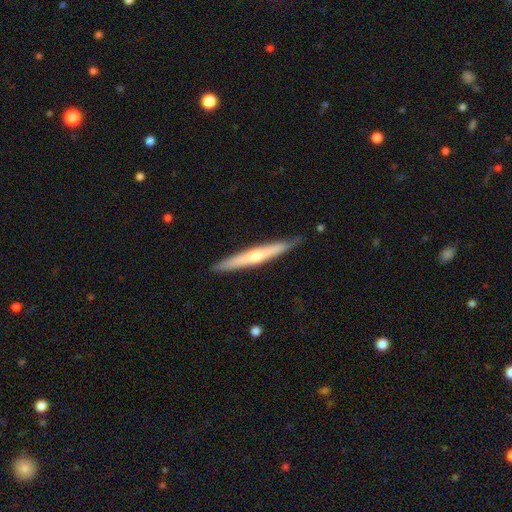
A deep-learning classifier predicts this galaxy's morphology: Smooth or featured: featured or disk — 63% (smooth — 31%)
Edge-on disk: yes — 96% (no — 4%)
Edge-on bulge: rounded — 78% (none — 19%)
Merging: none — 90% (minor disturbance — 8%)